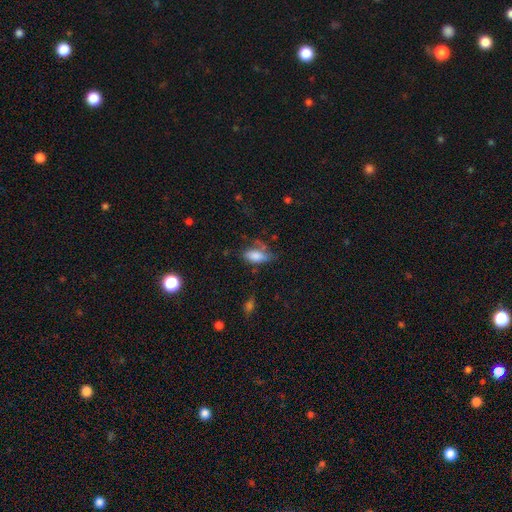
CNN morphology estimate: Smooth or featured? smooth (78%)
How rounded? in between (87%)
Merging? none (44%)